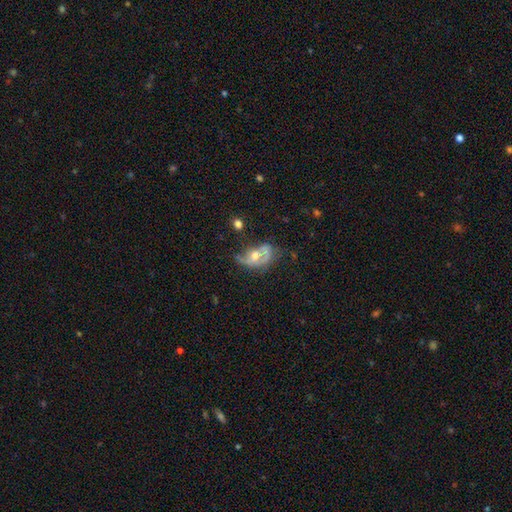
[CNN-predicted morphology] type=featured or disk (70%); edge-on=no (95%); bar=no (68%); spiral arms=yes (71%); bulge=moderate (69%); merging=none (34%).